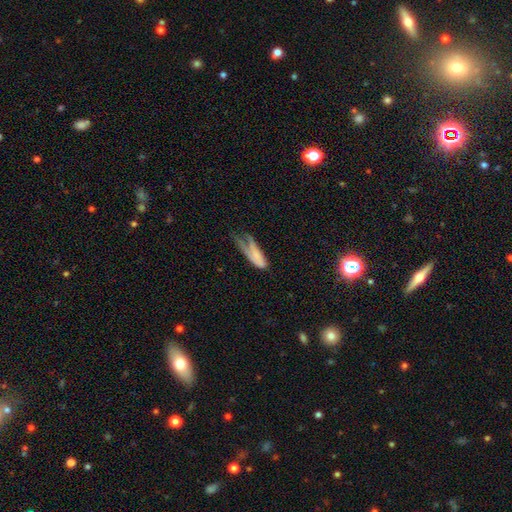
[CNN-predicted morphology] Overall: smooth (57%; featured or disk 35%). How rounded: in between (61%; cigar-shaped 37%). Merging: major disturbance (50%; minor disturbance 24%).